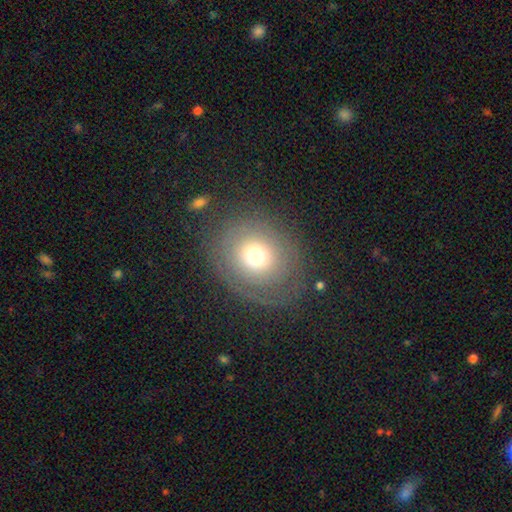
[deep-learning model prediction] smooth 52%, featured or disk 36%, star or artifact 12%. Down the decision tree: how rounded — round (76%); merging — none (71%).